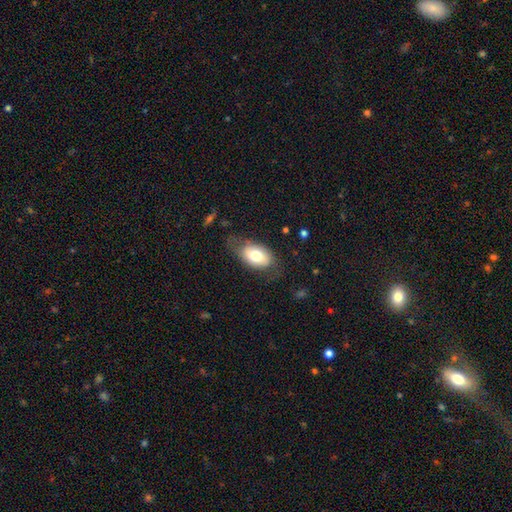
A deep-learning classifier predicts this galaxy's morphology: smooth_or_featured: smooth (p=0.69) [alt: featured or disk p=0.25]
how_rounded: in between (p=0.90) [alt: round p=0.08]
merging: none (p=0.63) [alt: minor disturbance p=0.24]